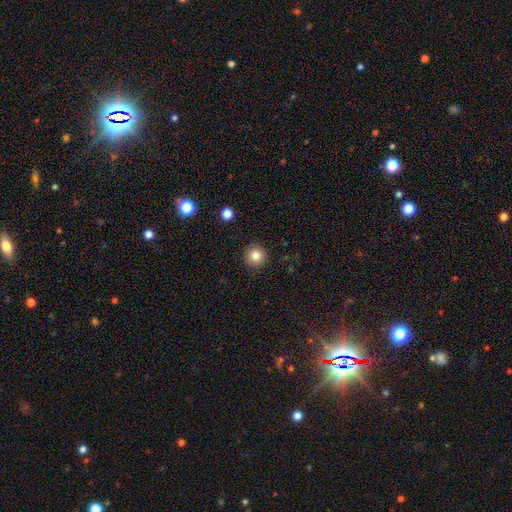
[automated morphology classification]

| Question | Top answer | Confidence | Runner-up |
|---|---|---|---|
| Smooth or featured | smooth | 83% | star or artifact (11%) |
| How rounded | round | 96% | in between (3%) |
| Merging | none | 92% | minor disturbance (5%) |